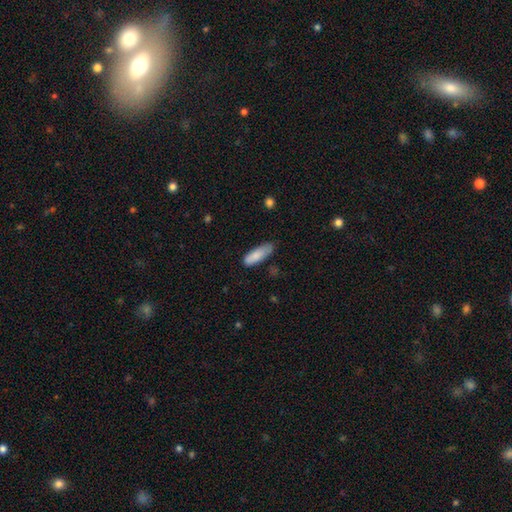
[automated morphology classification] smooth 83%, featured or disk 11%, star or artifact 6%. Down the decision tree: how rounded — in between (55%); merging — none (68%).